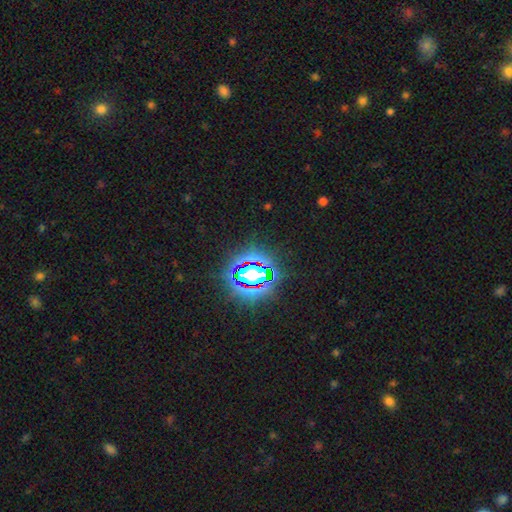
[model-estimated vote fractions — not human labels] Smooth or featured: star or artifact — 81% (smooth — 12%)